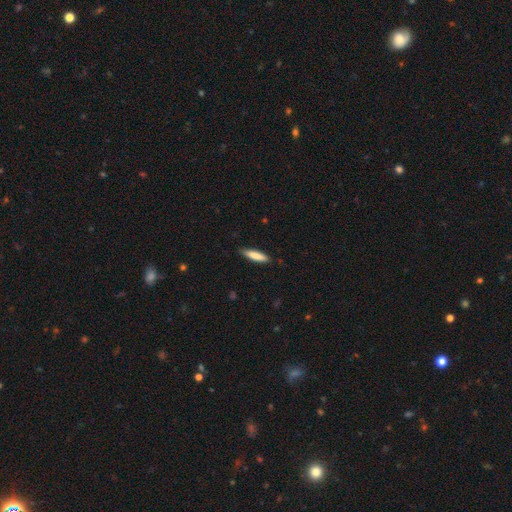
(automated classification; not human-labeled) The model was most divided on "how rounded": cigar-shaped: 76%, in between: 22%, round: 1%. More confident: merging — none (86%); smooth or featured — smooth (80%).